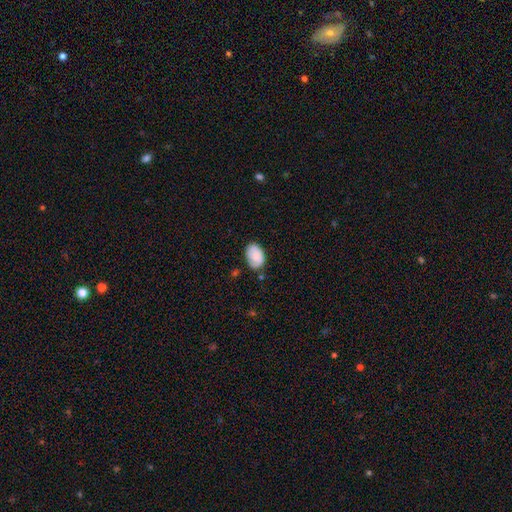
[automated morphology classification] smooth-or-featured: smooth: 74% | featured or disk: 18% | star or artifact: 8%
  how-rounded: in between: 87% | round: 11% | cigar-shaped: 1%
  merging: none: 64% | minor disturbance: 26% | major disturbance: 6% | merger: 3%